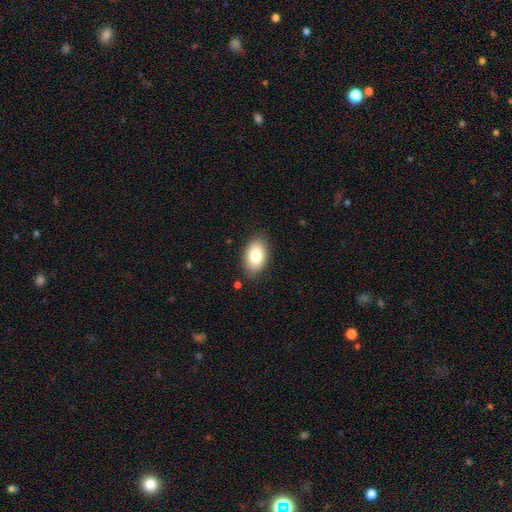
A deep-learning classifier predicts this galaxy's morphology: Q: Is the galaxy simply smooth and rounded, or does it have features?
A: smooth — 80%.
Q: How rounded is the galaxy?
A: in between — 91%.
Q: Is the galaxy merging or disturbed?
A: none — 85%.